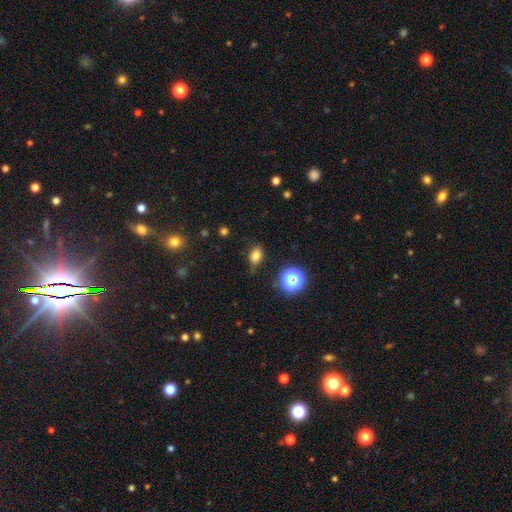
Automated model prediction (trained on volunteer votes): This is likely a smooth galaxy (78%). How rounded: likely in between (72%). Merging: likely none (73%).